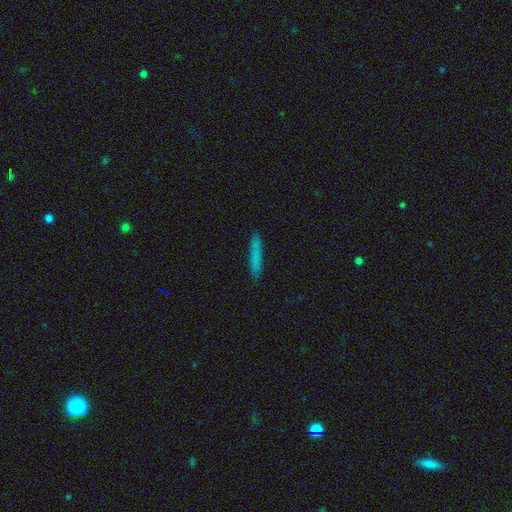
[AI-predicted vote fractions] Smooth or featured? Predicted: smooth (p=0.77). How rounded? Predicted: cigar-shaped (p=0.94). Merging? Predicted: none (p=0.89).